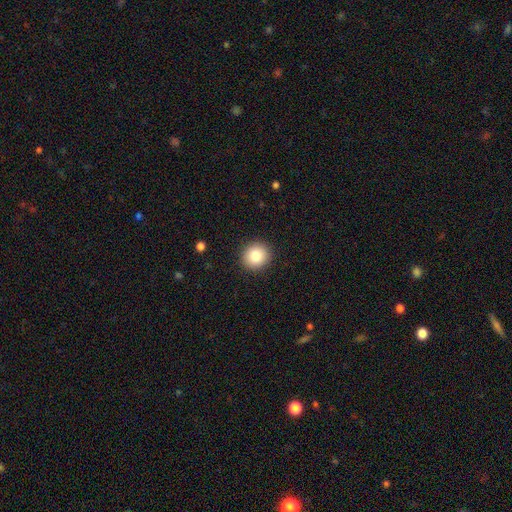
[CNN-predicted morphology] Smooth or featured: smooth — 84% (star or artifact — 9%)
How rounded: round — 88% (in between — 11%)
Merging: none — 91% (minor disturbance — 6%)